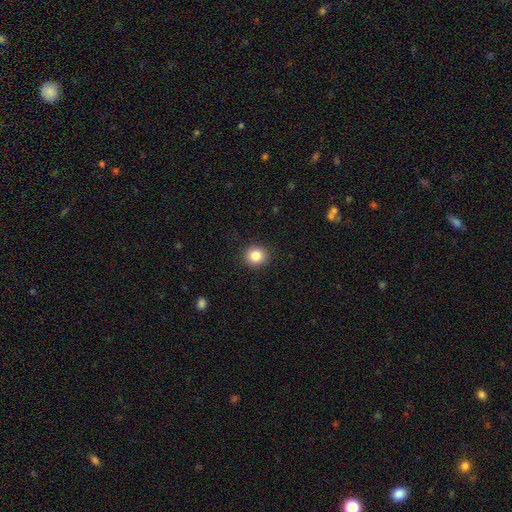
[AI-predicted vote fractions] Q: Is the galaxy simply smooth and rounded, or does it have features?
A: smooth — 84%.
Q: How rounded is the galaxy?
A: round — 89%.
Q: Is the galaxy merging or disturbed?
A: none — 92%.